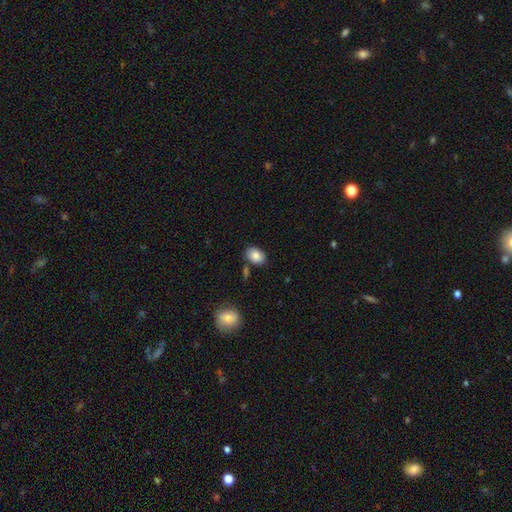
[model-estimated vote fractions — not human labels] smooth-or-featured: smooth: 84% | featured or disk: 9% | star or artifact: 8%
  how-rounded: in between: 78% | round: 21% | cigar-shaped: 1%
  merging: none: 77% | minor disturbance: 13% | merger: 6% | major disturbance: 3%